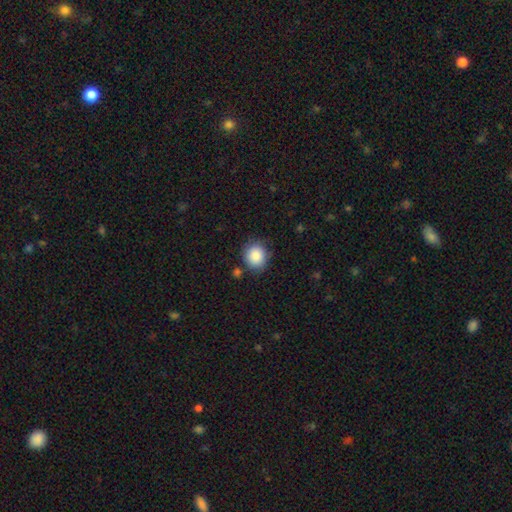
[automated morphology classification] Overall: smooth (87%). How rounded: round (79%). Merging: none (80%).